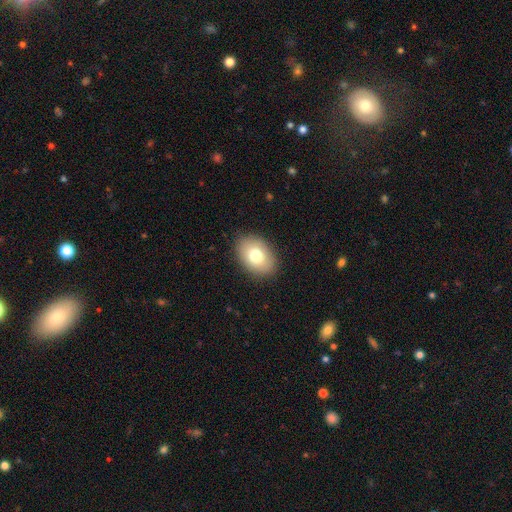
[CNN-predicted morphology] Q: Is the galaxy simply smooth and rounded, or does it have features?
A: smooth — 77%.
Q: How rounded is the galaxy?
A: in between — 83%.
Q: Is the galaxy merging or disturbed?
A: none — 88%.